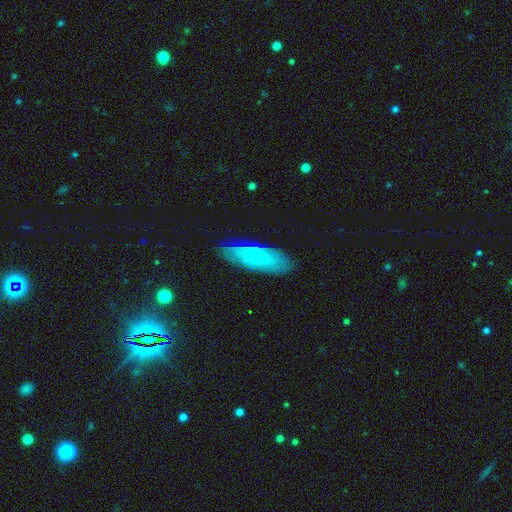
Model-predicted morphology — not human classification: Smooth or featured? Predicted: smooth (p=0.51). How rounded? Predicted: in between (p=0.60). Merging? Predicted: none (p=0.77).